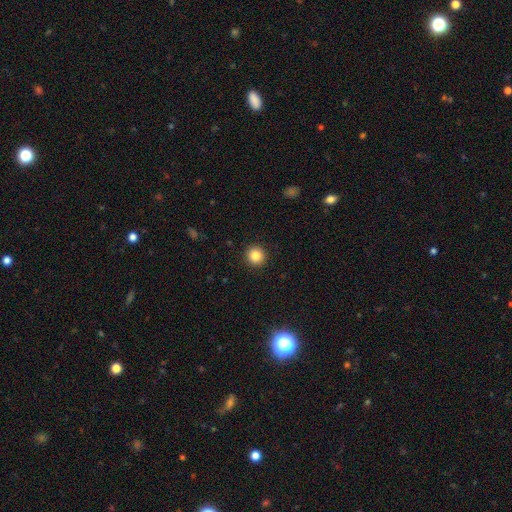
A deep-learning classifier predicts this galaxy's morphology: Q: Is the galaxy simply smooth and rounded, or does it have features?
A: smooth — 83%.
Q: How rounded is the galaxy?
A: round — 94%.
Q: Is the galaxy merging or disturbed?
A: none — 93%.